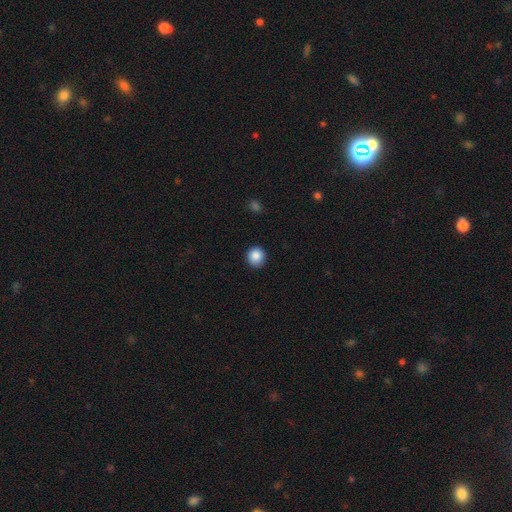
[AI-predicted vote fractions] Q: Smooth or featured?
A: smooth (87%); runner-up: star or artifact (9%)
Q: How rounded?
A: round (92%); runner-up: in between (7%)
Q: Merging?
A: none (88%); runner-up: minor disturbance (9%)